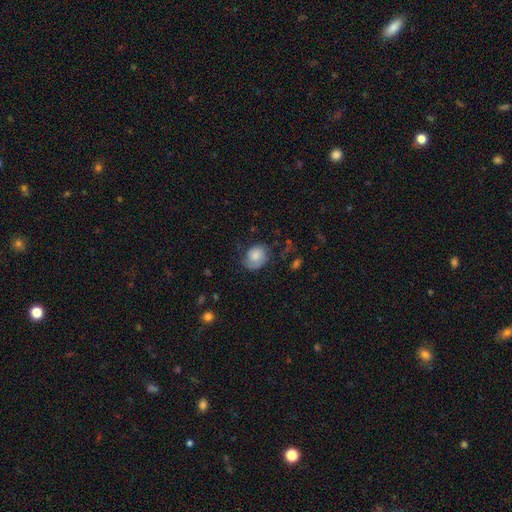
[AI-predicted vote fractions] Smooth or featured? smooth (63%)
How rounded? round (54%)
Merging? none (56%)